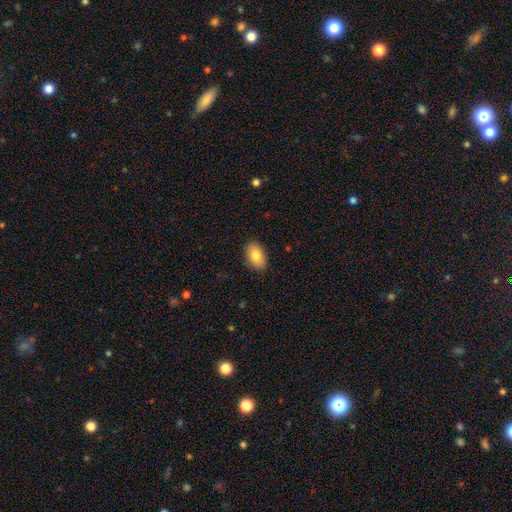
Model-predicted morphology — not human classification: This appears to be a smooth galaxy with no disk features (84%) that is in between round and cigar-shaped (92%). Merging: none (87%).